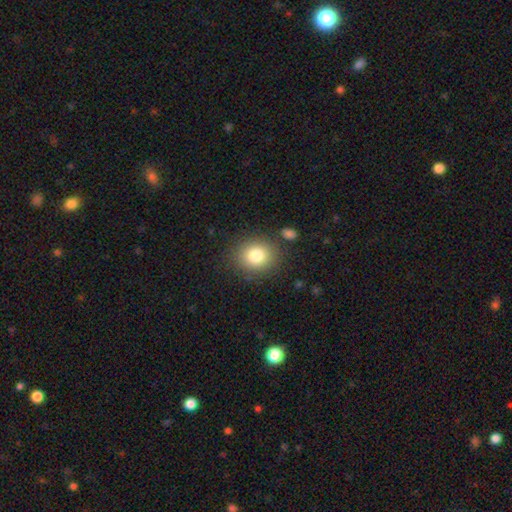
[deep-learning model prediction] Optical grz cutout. It shows a smooth galaxy with no disk features (82%) that is round (71%). Merging: none (83%).